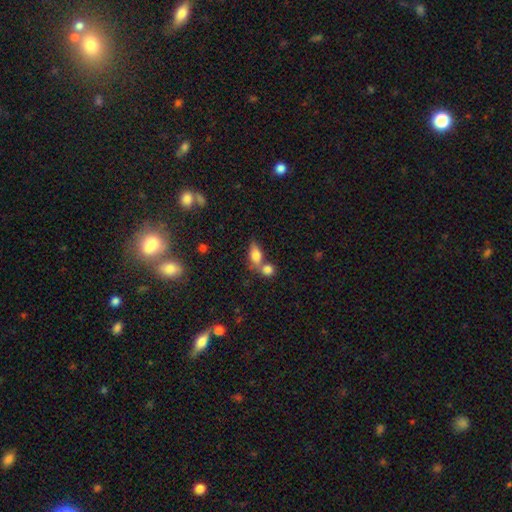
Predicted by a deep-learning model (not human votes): Smooth or featured? smooth (77%)
How rounded? in between (79%)
Merging? merger (44%)